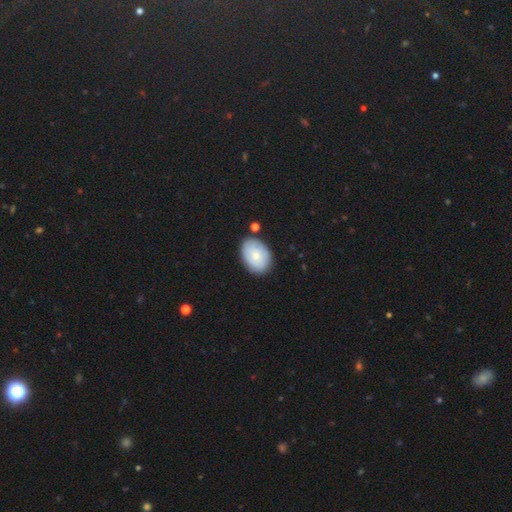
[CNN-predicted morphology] smooth 76%, featured or disk 18%, star or artifact 6%. Down the decision tree: how rounded — in between (84%); merging — none (80%).